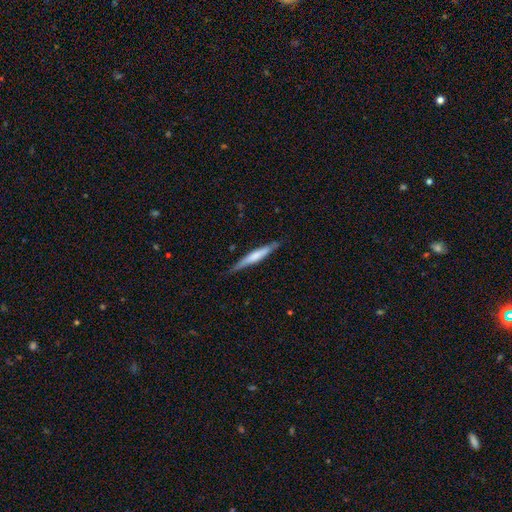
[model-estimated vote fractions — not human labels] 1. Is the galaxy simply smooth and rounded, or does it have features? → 53% smooth, 42% featured or disk, 5% star or artifact.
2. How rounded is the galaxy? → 94% cigar-shaped, 5% in between, 1% round.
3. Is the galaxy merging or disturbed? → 83% none, 14% minor disturbance, 2% major disturbance, 1% merger.